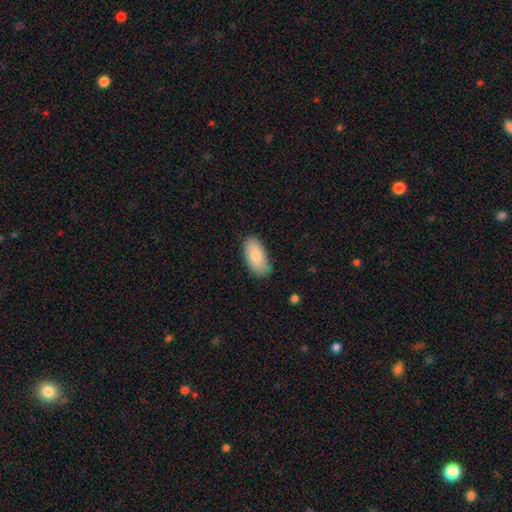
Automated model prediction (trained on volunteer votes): The model was most divided on "merging": none: 82%, minor disturbance: 14%, major disturbance: 3%, merger: 1%. More confident: how rounded — in between (93%); smooth or featured — smooth (84%).